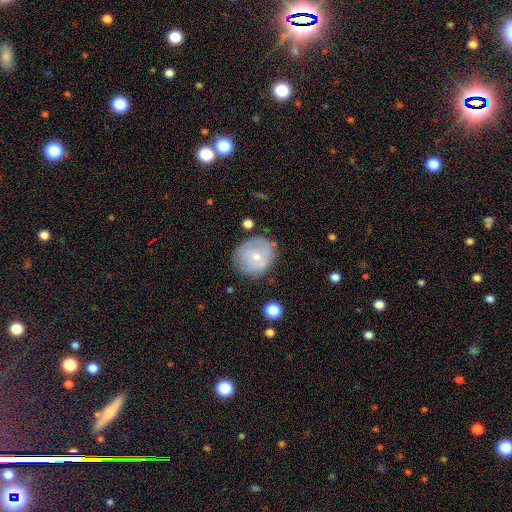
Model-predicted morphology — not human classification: Q: Smooth or featured?
A: smooth (58%); runner-up: featured or disk (34%)
Q: How rounded?
A: round (81%); runner-up: in between (18%)
Q: Merging?
A: none (69%); runner-up: minor disturbance (21%)